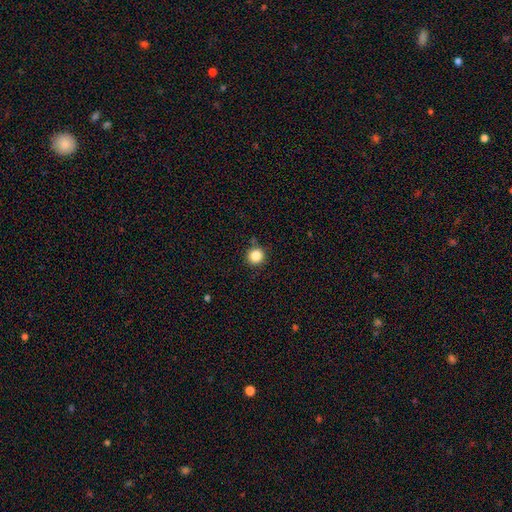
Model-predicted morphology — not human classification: smooth_or_featured: smooth (p=0.85) [alt: star or artifact p=0.11]
how_rounded: round (p=0.93) [alt: in between p=0.06]
merging: none (p=0.87) [alt: minor disturbance p=0.08]